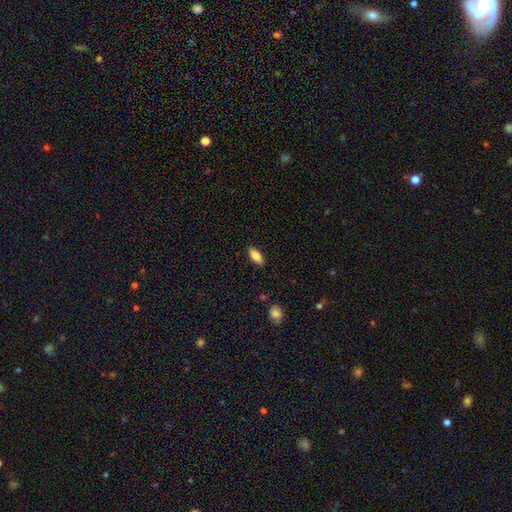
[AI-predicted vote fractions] Smooth or featured: smooth — 77% (featured or disk — 16%)
How rounded: in between — 73% (cigar-shaped — 25%)
Merging: none — 87% (minor disturbance — 9%)